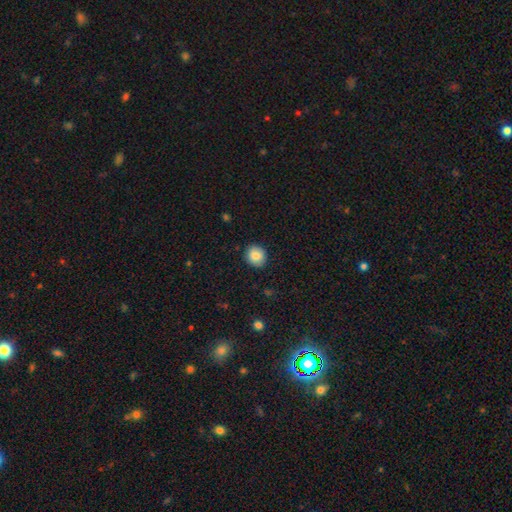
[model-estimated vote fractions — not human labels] Smooth or featured? smooth (85%)
How rounded? round (84%)
Merging? none (90%)